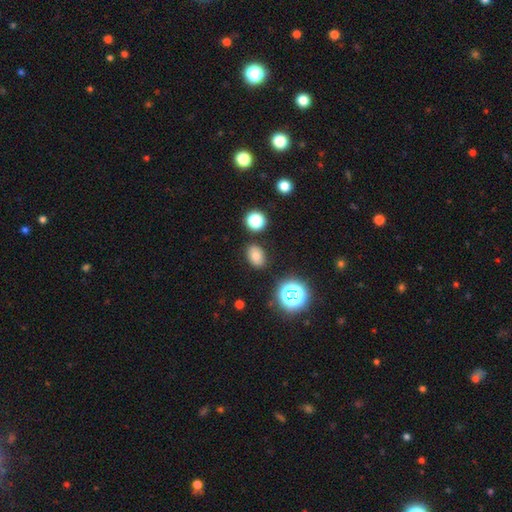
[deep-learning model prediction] Morphology: type=smooth (71%); roundness=in between (70%); merging=none (84%).